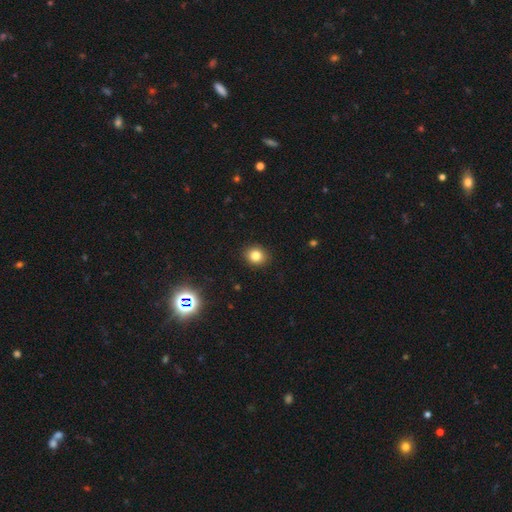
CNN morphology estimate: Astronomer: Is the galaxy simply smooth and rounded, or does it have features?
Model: smooth — 81%.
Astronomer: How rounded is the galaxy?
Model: round — 76%.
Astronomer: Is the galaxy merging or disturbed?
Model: none — 91%.